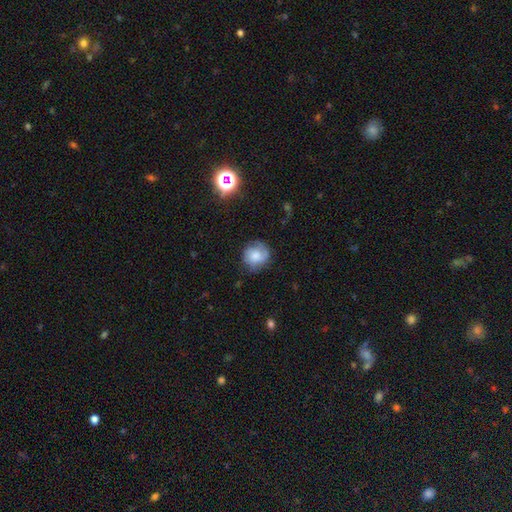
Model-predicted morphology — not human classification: Overall: smooth (50%; featured or disk 41%). Merging: none (68%).